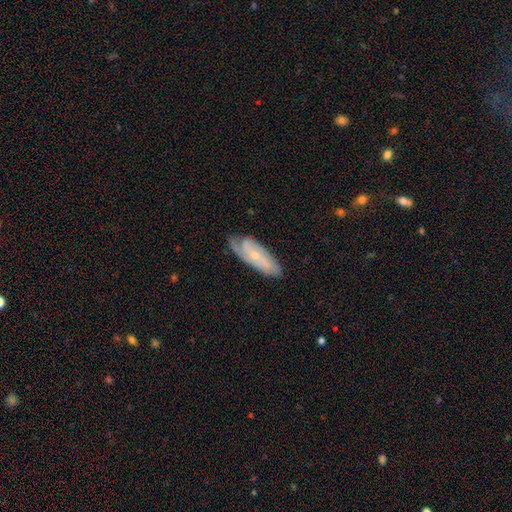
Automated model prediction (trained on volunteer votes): smooth-or-featured: featured or disk: 68% | smooth: 26% | star or artifact: 6%
  disk-edge-on: no: 86% | yes: 14%
    bar: no: 63% | weak: 28% | strong: 9%
    has-spiral-arms: yes: 89% | no: 11%
      spiral-winding: tight: 51% | medium: 35% | loose: 14%
      spiral-arm-count: 2: 39% | can't tell: 33% | 3: 13% | 1: 9% | 4: 4% | more than 4: 3%
    bulge-size: small: 72% | moderate: 22% | none: 4% | large: 1% | dominant: 1%
  merging: none: 66% | minor disturbance: 24% | major disturbance: 8% | merger: 2%